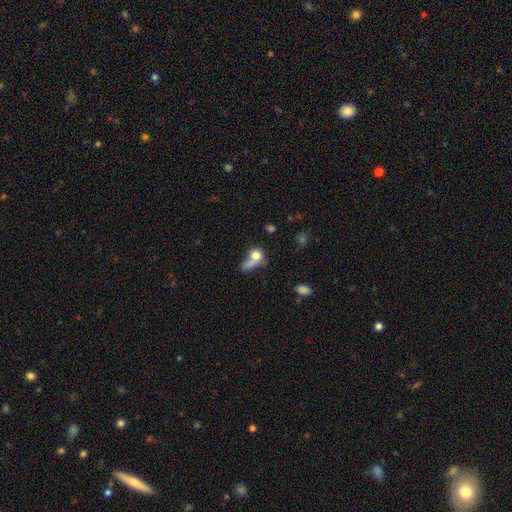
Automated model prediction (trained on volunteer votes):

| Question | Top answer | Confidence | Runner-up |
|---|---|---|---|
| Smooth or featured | smooth | 73% | featured or disk (16%) |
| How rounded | round | 57% | in between (39%) |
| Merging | merger | 43% | none (24%) |